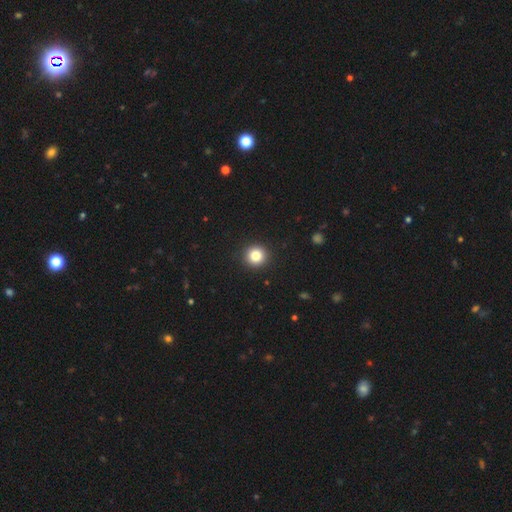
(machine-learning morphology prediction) This appears to be a smooth galaxy with no disk features (83%) that is round (95%). Merging: none (93%).